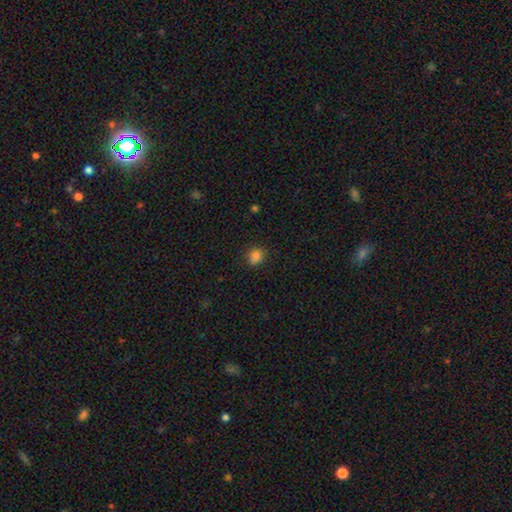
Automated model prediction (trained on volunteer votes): Morphology: type=smooth (82%); roundness=round (65%); merging=none (78%).